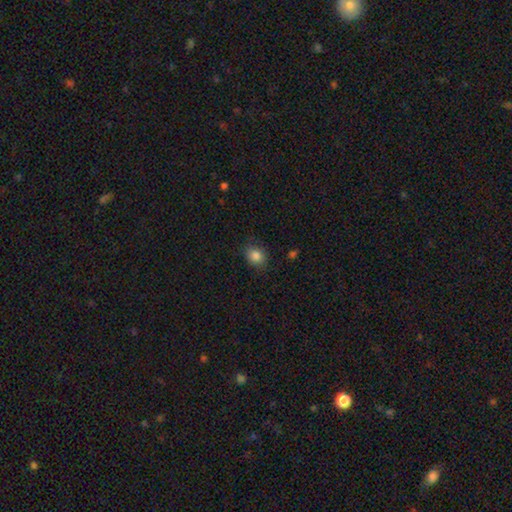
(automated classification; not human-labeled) smooth 85%, star or artifact 10%, featured or disk 5%. Down the decision tree: how rounded — round (57%); merging — none (80%).